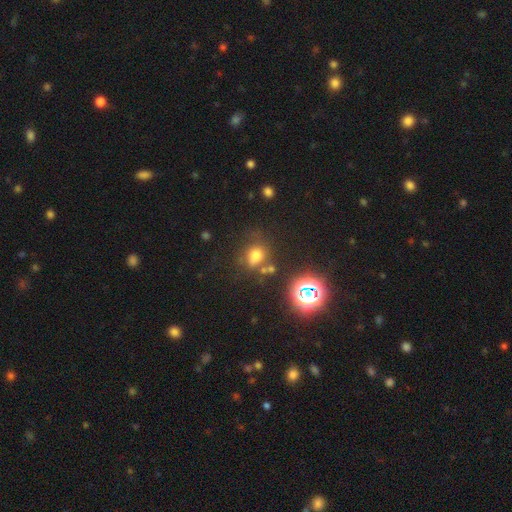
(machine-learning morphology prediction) type=smooth (65%); roundness=round (51%); merging=none (56%).